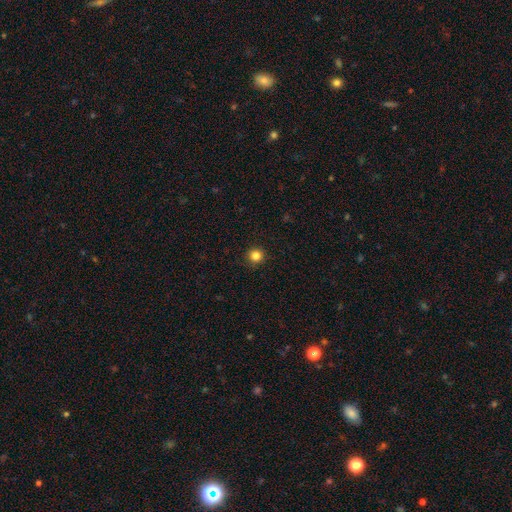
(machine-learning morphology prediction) This appears to be a smooth galaxy with no disk features (84%) that is round (95%). Merging: none (92%).